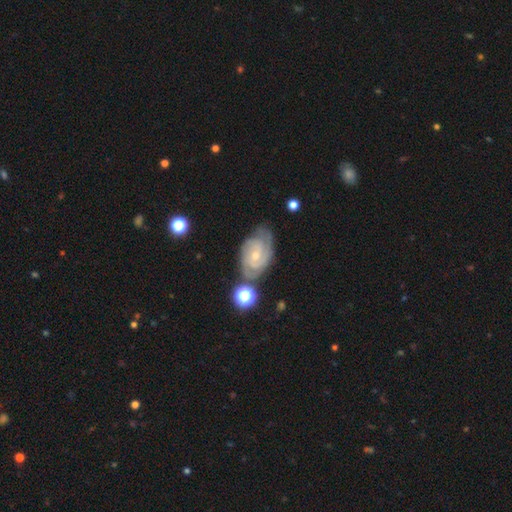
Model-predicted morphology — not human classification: A featured or disk galaxy (82%) with no bar (61%), 2 (39%) tight (65%) spiral arms (96%) and a small central bulge (66%).

Vote fractions:
- Smooth or featured? featured or disk: 82% / smooth: 11% / star or artifact: 7%
- Edge-on disk? no: 96% / yes: 4%
- Bar? no: 61% / weak: 33% / strong: 6%
- Spiral arms? yes: 96% / no: 4%
- Spiral winding? tight: 65% / medium: 29% / loose: 6%
- Spiral arm count? 2: 39% / 3: 24% / can't tell: 23% / 4: 6% / 1: 4% / more than 4: 4%
- Bulge size? small: 66% / moderate: 29% / none: 2% / large: 1% / dominant: 1%
- Merging? none: 66% / minor disturbance: 22% / major disturbance: 7% / merger: 6%